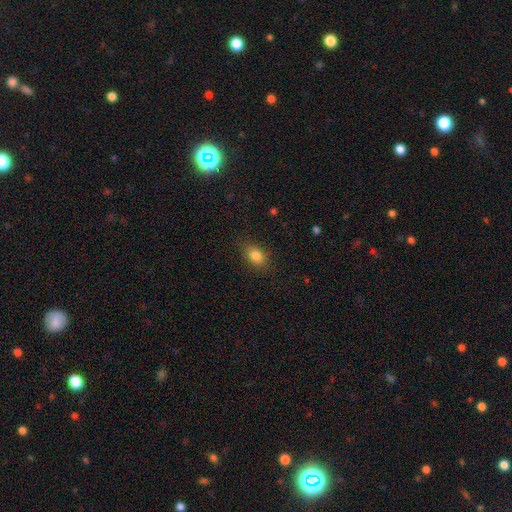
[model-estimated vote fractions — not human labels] Smooth or featured? smooth (84%)
How rounded? in between (76%)
Merging? none (84%)